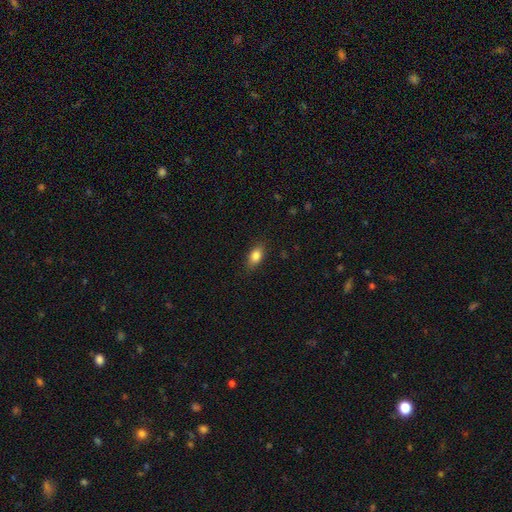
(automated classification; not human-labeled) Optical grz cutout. It shows a smooth galaxy with no disk features (84%) that is in between round and cigar-shaped (85%). Merging: none (85%).